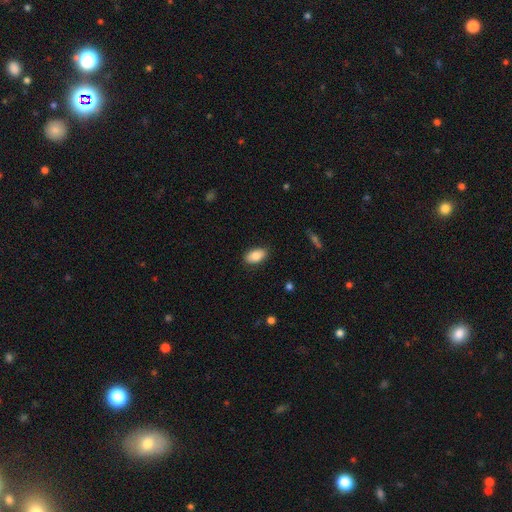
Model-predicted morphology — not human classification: Smooth or featured? smooth (83%)
How rounded? in between (93%)
Merging? none (87%)